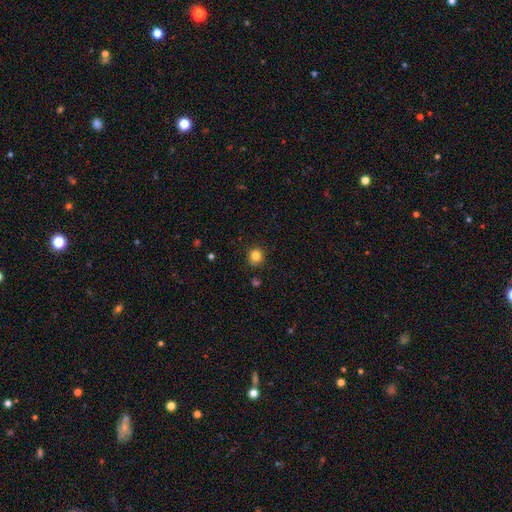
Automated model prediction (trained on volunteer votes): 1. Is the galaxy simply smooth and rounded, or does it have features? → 82% smooth, 13% star or artifact, 5% featured or disk.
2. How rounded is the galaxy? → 88% round, 11% in between, 1% cigar-shaped.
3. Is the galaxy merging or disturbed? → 87% none, 9% minor disturbance, 2% major disturbance, 2% merger.